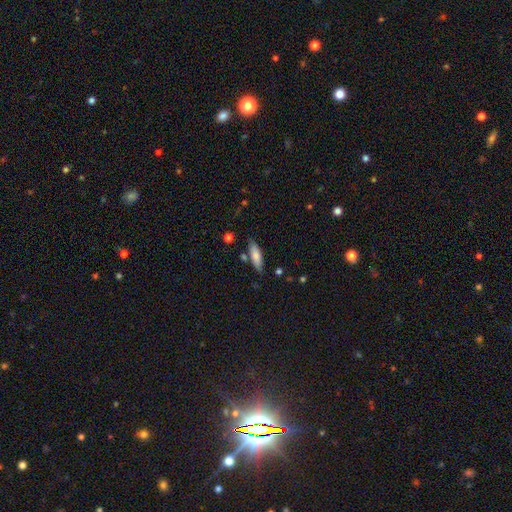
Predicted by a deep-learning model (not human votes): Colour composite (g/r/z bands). It shows a smooth galaxy with no disk features (77%) that is cigar-shaped (54%). Merging: none (78%).